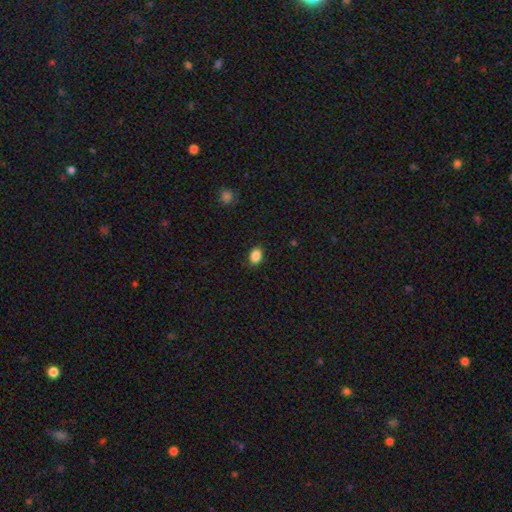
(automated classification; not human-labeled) smooth 88%, star or artifact 9%, featured or disk 3%. Down the decision tree: how rounded — in between (75%); merging — none (86%).